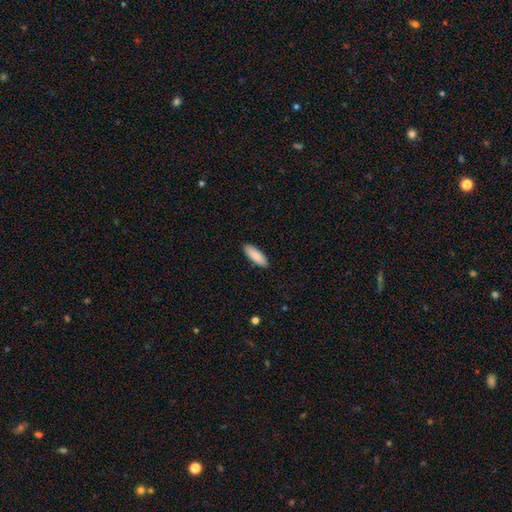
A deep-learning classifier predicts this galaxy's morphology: smooth 89%, featured or disk 6%, star or artifact 5%. Down the decision tree: how rounded — in between (61%); merging — none (90%).